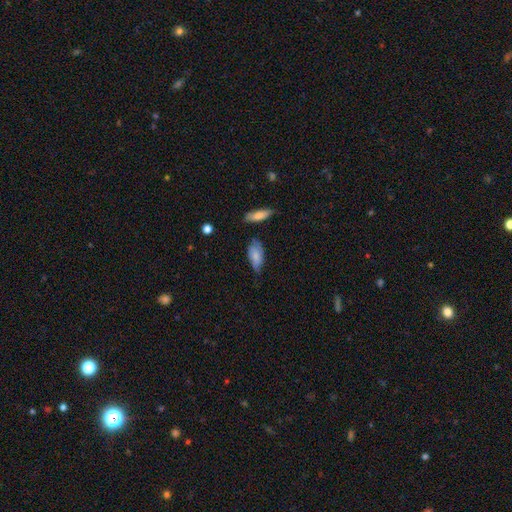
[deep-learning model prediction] Overall: smooth (73%). How rounded: in between (87%). Merging: none (46%; minor disturbance 40%).